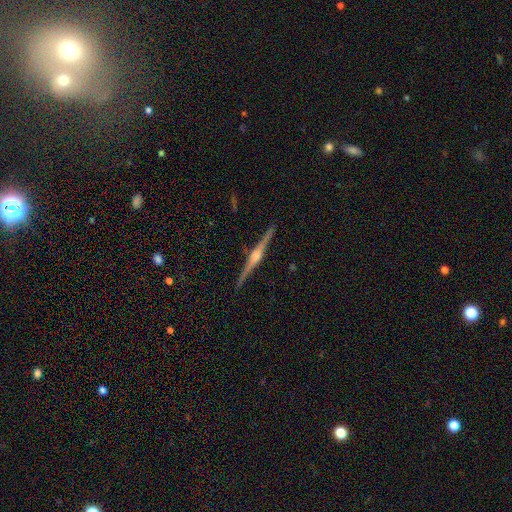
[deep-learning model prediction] Smooth or featured: featured or disk — 89% (smooth — 6%)
Edge-on disk: yes — 99% (no — 1%)
Edge-on bulge: rounded — 86% (boxy — 10%)
Merging: none — 93% (minor disturbance — 5%)